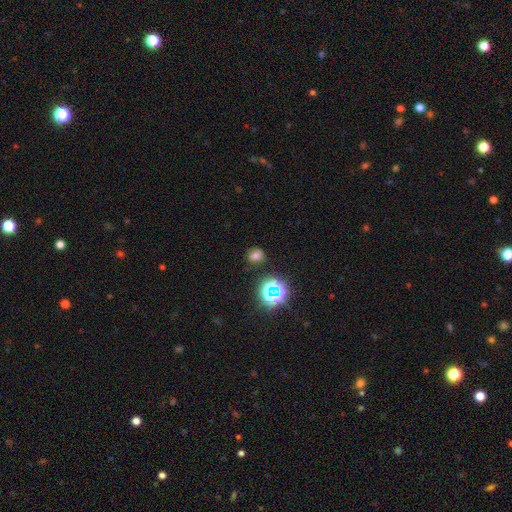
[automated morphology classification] Overall: smooth (65%; star or artifact 26%). How rounded: round (73%). Merging: none (83%).